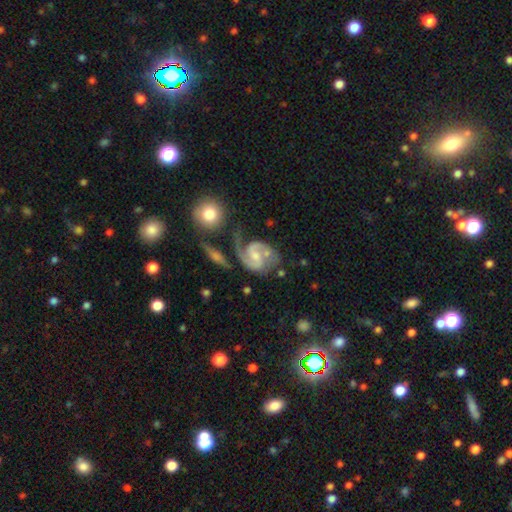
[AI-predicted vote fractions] Smooth or featured? featured or disk (87%)
Edge-on disk? no (98%)
Bar? weak (46%)
Spiral arms? yes (97%)
Spiral winding? medium (55%)
Spiral arm count? 2 (84%)
Bulge size? small (44%)
Merging? none (44%)